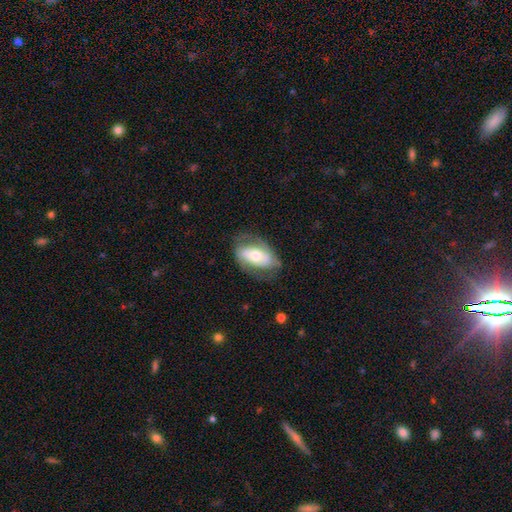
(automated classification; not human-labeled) Smooth or featured: featured or disk — 57% (smooth — 37%)
Edge-on disk: no — 90% (yes — 10%)
Bar: no — 41% (strong — 34%)
Spiral arms: yes — 65% (no — 35%)
Bulge size: moderate — 57% (small — 28%)
Merging: none — 66% (minor disturbance — 20%)